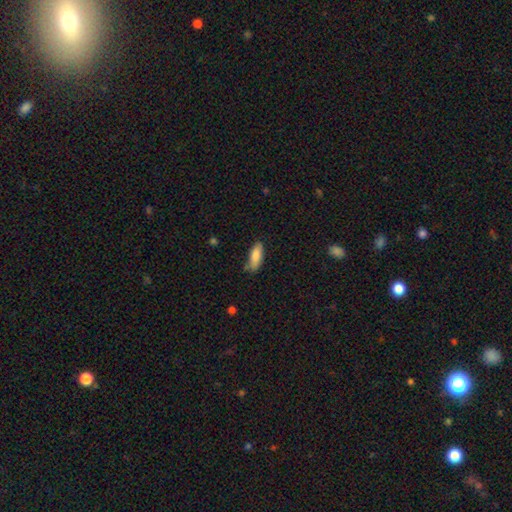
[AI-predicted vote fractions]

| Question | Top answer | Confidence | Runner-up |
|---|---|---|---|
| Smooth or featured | smooth | 84% | featured or disk (10%) |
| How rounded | in between | 72% | cigar-shaped (26%) |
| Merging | none | 67% | minor disturbance (25%) |